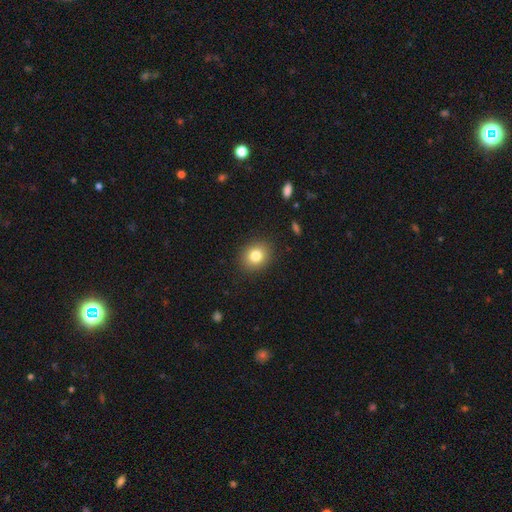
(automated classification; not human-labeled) A smooth galaxy with no disk features (81%) that is round (66%). Merging: none (89%).